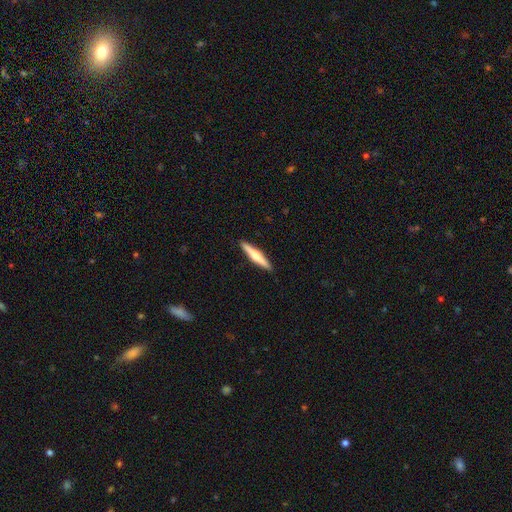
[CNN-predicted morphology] Smooth or featured? smooth (48%)
Merging? none (92%)